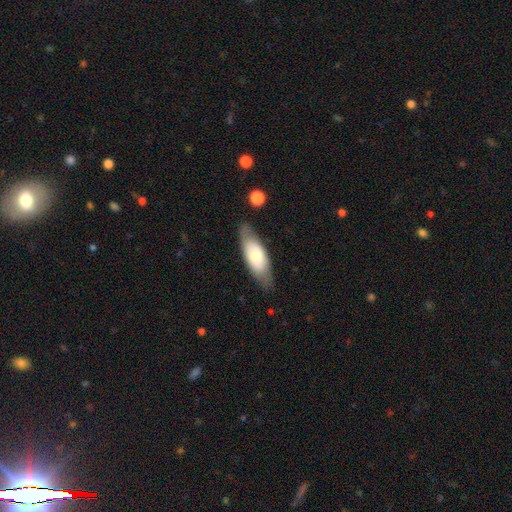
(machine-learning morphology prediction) type=smooth (63%); roundness=in between (73%); merging=none (76%).